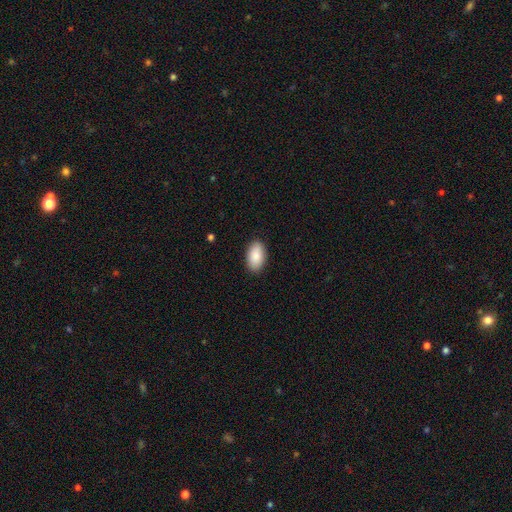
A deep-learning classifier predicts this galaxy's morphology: The model was most divided on "merging": none: 89%, minor disturbance: 8%, major disturbance: 2%, merger: 1%. More confident: how rounded — in between (94%); smooth or featured — smooth (88%).